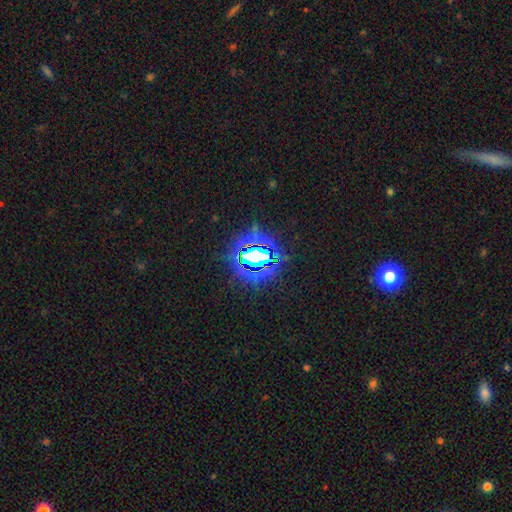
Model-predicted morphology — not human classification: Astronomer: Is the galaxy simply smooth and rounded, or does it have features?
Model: star or artifact — 78%.